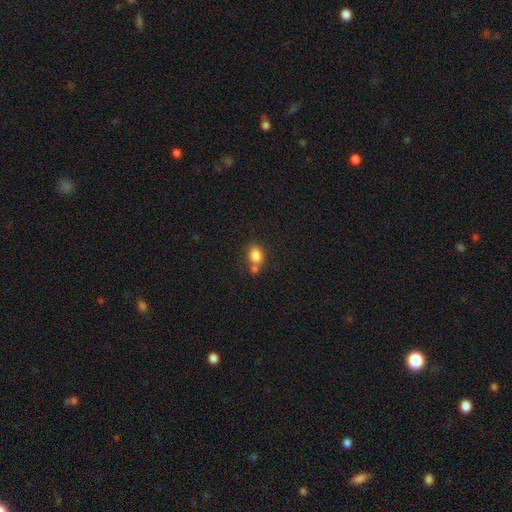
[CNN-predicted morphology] smooth 83%, star or artifact 10%, featured or disk 8%. Down the decision tree: how rounded — in between (59%); merging — none (48%).